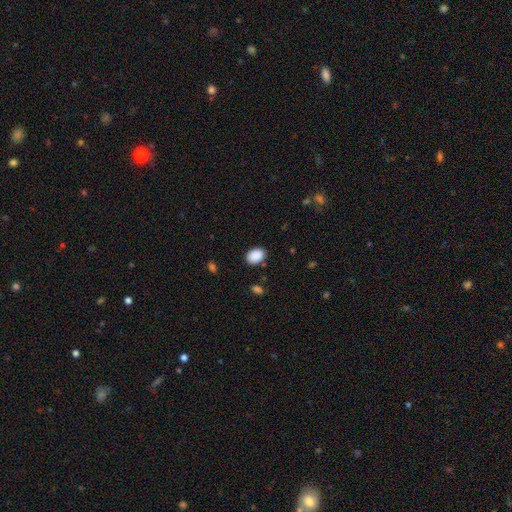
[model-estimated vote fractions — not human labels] The model was most divided on "how rounded": in between: 76%, round: 23%, cigar-shaped: 1%. More confident: smooth or featured — smooth (90%); merging — none (86%).